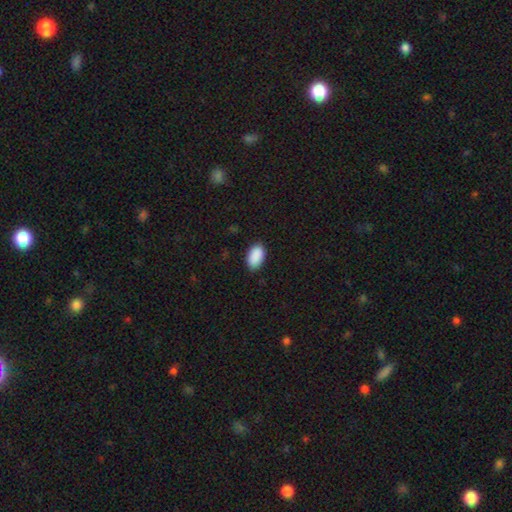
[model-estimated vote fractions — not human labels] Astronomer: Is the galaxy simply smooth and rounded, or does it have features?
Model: smooth — 91%.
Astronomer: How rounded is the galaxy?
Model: in between — 94%.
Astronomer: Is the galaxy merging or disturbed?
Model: none — 87%.